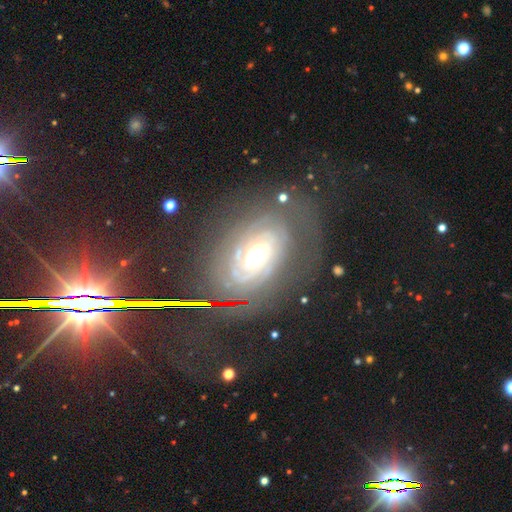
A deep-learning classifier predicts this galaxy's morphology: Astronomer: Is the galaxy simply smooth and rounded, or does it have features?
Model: featured or disk — 84%.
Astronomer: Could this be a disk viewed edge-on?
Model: no — 95%.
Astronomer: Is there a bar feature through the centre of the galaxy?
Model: no — 62%.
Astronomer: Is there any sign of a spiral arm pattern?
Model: yes — 91%.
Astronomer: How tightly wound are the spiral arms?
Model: tight — 76%.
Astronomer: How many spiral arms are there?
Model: can't tell — 36% (runner-up: 2, 26%).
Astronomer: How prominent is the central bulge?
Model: moderate — 68%.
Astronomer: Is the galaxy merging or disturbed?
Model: none — 67%.